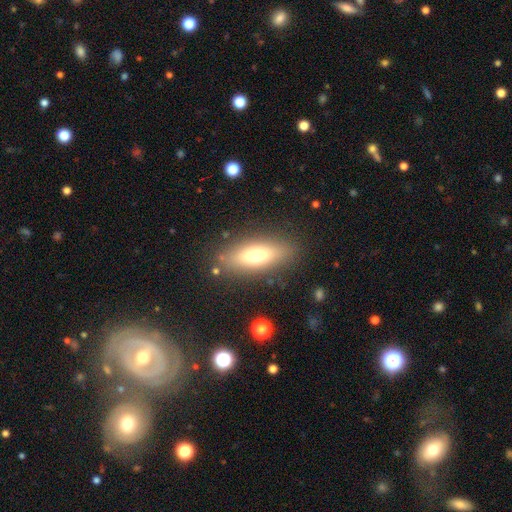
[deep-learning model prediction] Overall: smooth (65%; featured or disk 27%). How rounded: in between (66%; cigar-shaped 31%). Merging: none (83%).